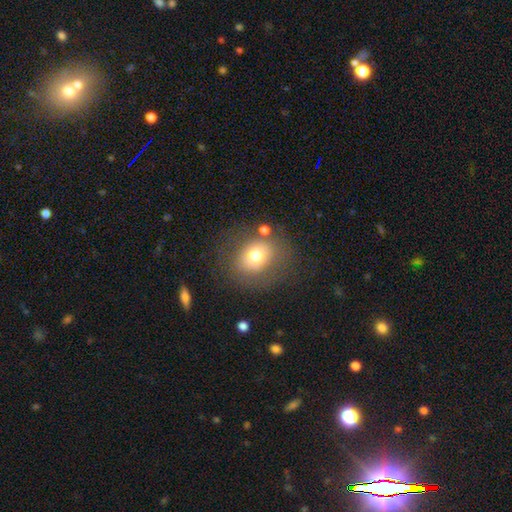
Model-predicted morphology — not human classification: Smooth or featured? smooth (72%)
How rounded? round (64%)
Merging? none (67%)